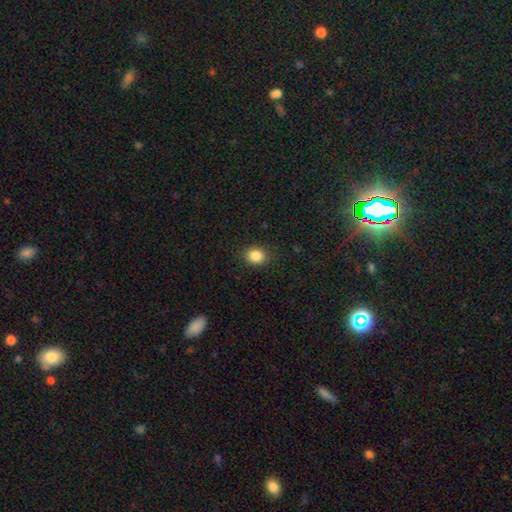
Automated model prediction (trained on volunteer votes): The model was most divided on "how rounded": round: 63%, in between: 36%, cigar-shaped: 1%. More confident: merging — none (88%); smooth or featured — smooth (85%).